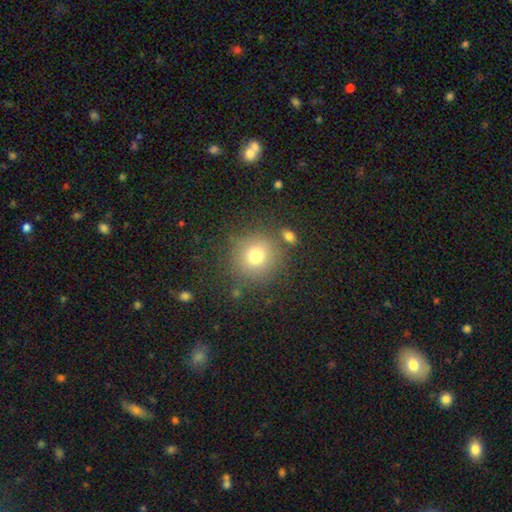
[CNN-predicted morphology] type=smooth (74%); roundness=round (92%); merging=none (79%).